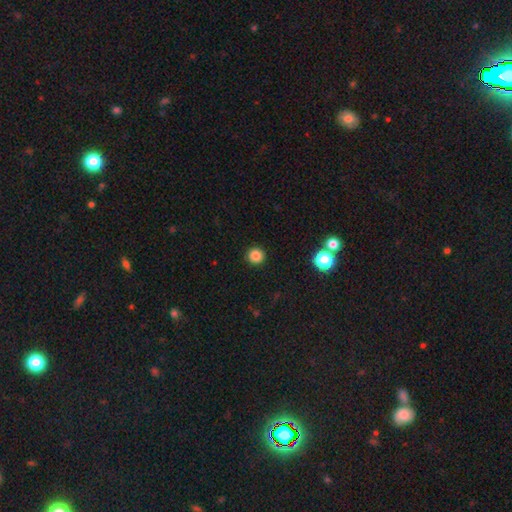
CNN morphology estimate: Overall: smooth (84%). How rounded: round (95%). Merging: none (93%).